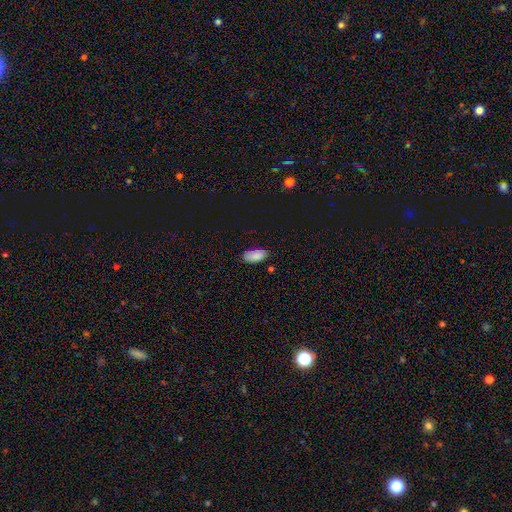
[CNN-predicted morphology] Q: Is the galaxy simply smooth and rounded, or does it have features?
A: smooth — 86%.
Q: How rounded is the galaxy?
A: in between — 93%.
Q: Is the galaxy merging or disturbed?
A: none — 76%.